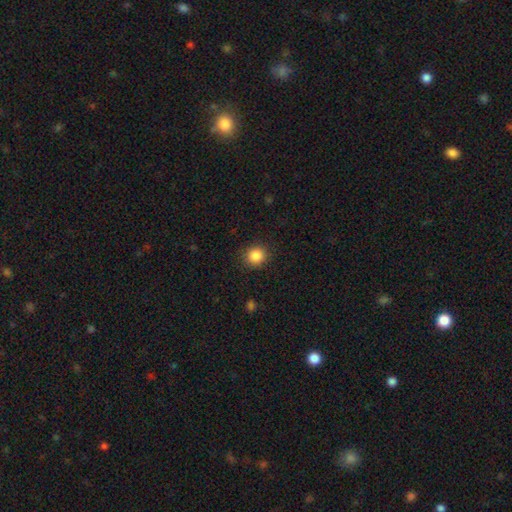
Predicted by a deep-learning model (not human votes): A smooth galaxy with no disk features (87%) that is round (87%). Merging: none (89%).